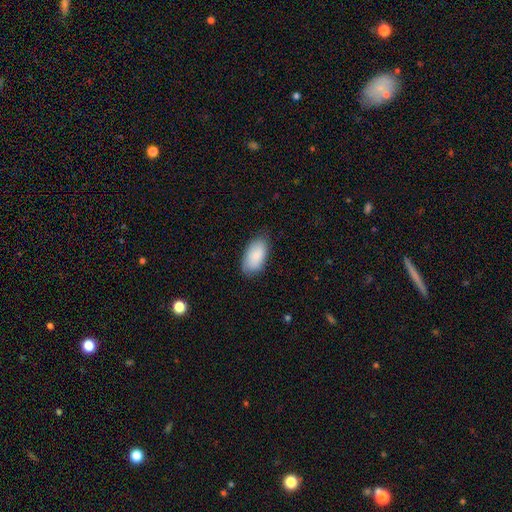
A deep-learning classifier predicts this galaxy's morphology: Smooth or featured: smooth — 88% (featured or disk — 7%)
How rounded: in between — 95% (round — 3%)
Merging: none — 79% (minor disturbance — 16%)